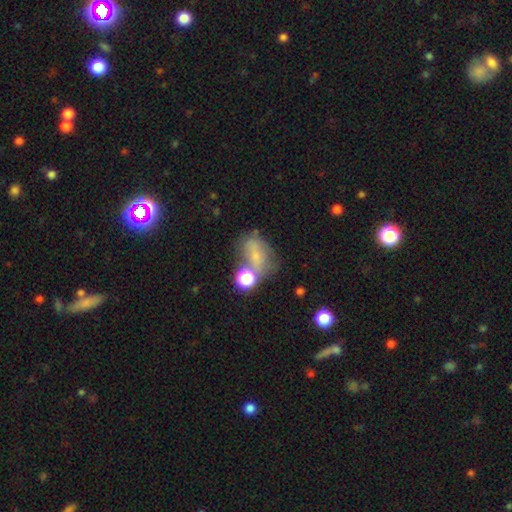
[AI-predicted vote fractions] Q: Smooth or featured?
A: smooth (54%); runner-up: featured or disk (28%)
Q: How rounded?
A: in between (68%); runner-up: round (29%)
Q: Merging?
A: none (36%); runner-up: merger (24%)